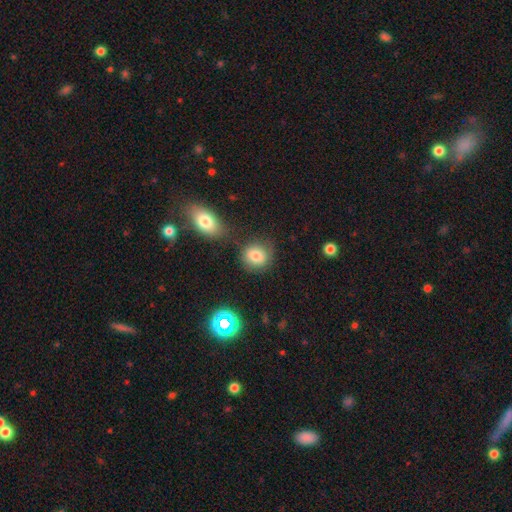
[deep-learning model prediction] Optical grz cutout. It shows a smooth galaxy with no disk features (79%) that is round (81%). Merging: none (74%).